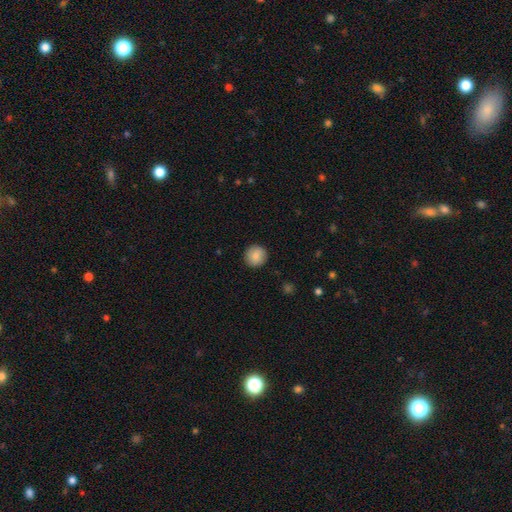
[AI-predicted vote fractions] Smooth or featured?
  - smooth: 87% *
  - star or artifact: 8%
  - featured or disk: 6%
How rounded?
  - round: 93% *
  - in between: 6%
  - cigar-shaped: 1%
Merging?
  - none: 91% *
  - minor disturbance: 6%
  - major disturbance: 2%
  - merger: 1%